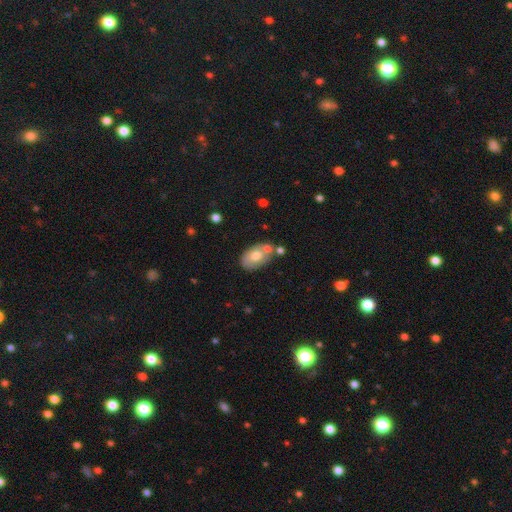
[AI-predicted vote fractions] A smooth galaxy with no disk features (66%) that is in between round and cigar-shaped (89%). Merging: none (56%).